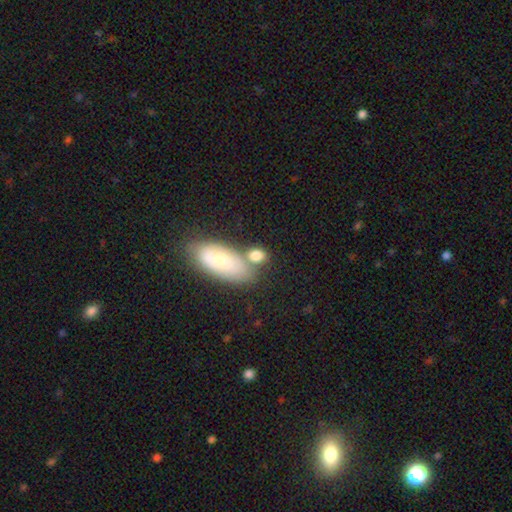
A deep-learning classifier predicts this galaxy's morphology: A smooth galaxy with no disk features (79%) that is in between round and cigar-shaped (65%).

Vote fractions:
- Smooth or featured? smooth: 79% / featured or disk: 12% / star or artifact: 8%
- How rounded? in between: 65% / round: 31% / cigar-shaped: 5%
- Merging? none: 52% / merger: 27% / minor disturbance: 15% / major disturbance: 6%